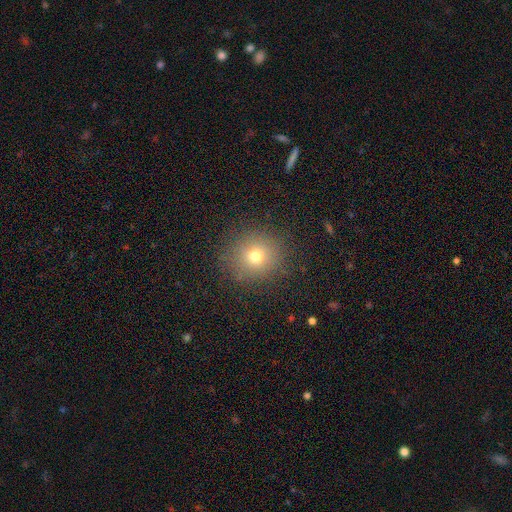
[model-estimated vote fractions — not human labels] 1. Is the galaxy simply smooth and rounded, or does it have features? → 70% smooth, 18% star or artifact, 12% featured or disk.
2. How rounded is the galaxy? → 91% round, 8% in between, 1% cigar-shaped.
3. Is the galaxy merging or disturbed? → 87% none, 8% minor disturbance, 4% major disturbance, 1% merger.